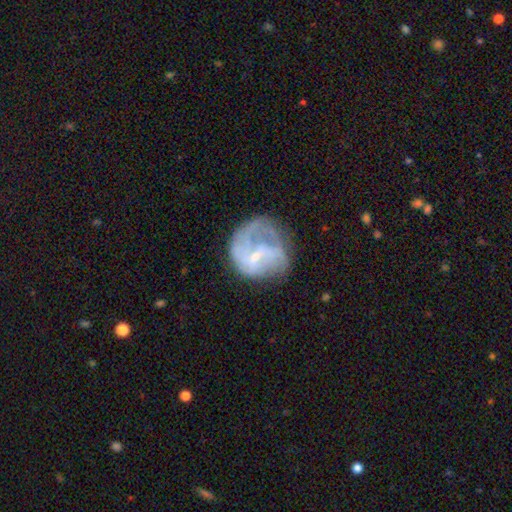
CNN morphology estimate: type=featured or disk (64%); edge-on=no (98%); bar=weak (44%); spiral arms=yes (63%); bulge=small (65%); merging=none (40%).